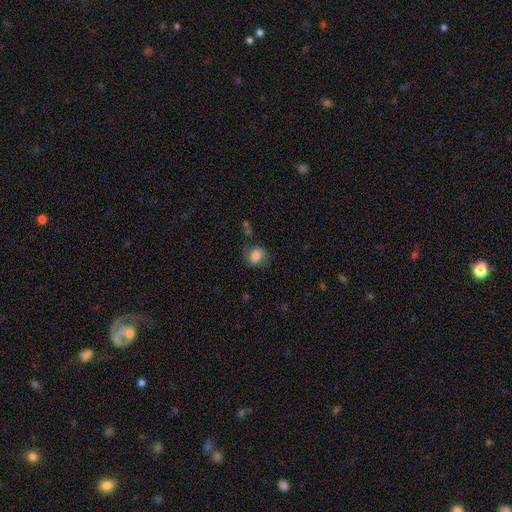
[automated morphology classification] smooth 68%, featured or disk 23%, star or artifact 9%. Down the decision tree: how rounded — round (55%); merging — none (60%).